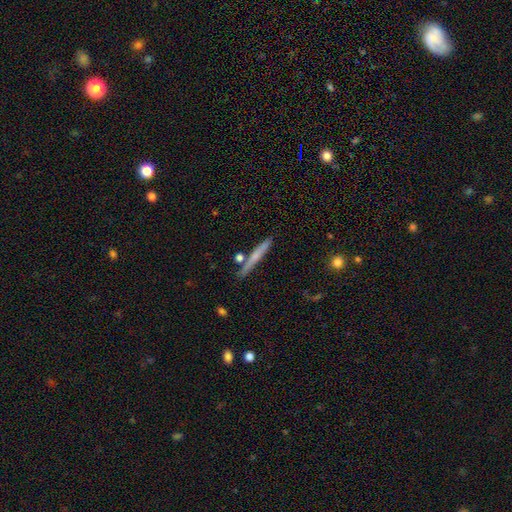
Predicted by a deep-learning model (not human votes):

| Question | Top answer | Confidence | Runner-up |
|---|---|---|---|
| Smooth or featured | smooth | 51% | featured or disk (42%) |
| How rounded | cigar-shaped | 95% | in between (3%) |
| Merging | none | 83% | minor disturbance (10%) |